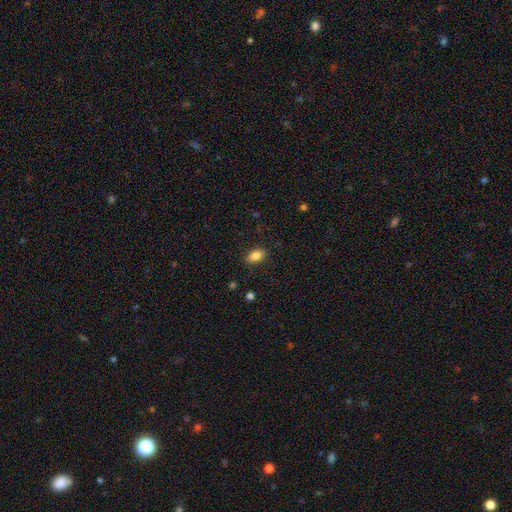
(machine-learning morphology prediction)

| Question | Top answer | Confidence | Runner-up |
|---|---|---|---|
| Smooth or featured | smooth | 86% | star or artifact (8%) |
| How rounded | in between | 89% | round (7%) |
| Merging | none | 87% | minor disturbance (10%) |